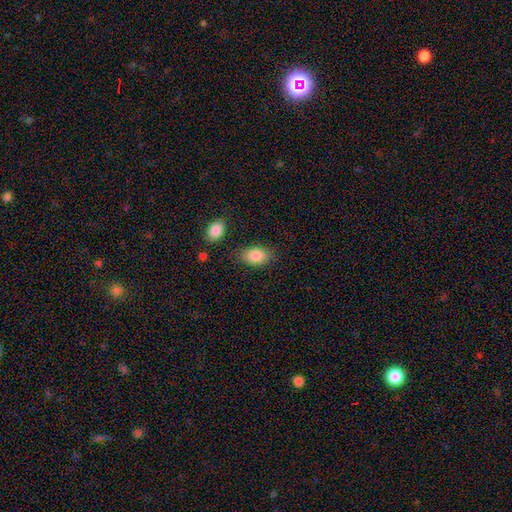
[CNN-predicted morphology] type=smooth (86%); roundness=in between (87%); merging=none (78%).